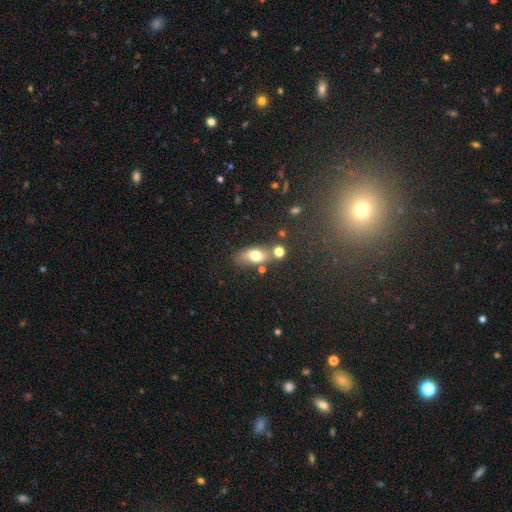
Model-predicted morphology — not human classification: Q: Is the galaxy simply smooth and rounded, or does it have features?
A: smooth — 72%.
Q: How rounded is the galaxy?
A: in between — 80%.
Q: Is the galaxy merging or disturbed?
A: none — 61%.